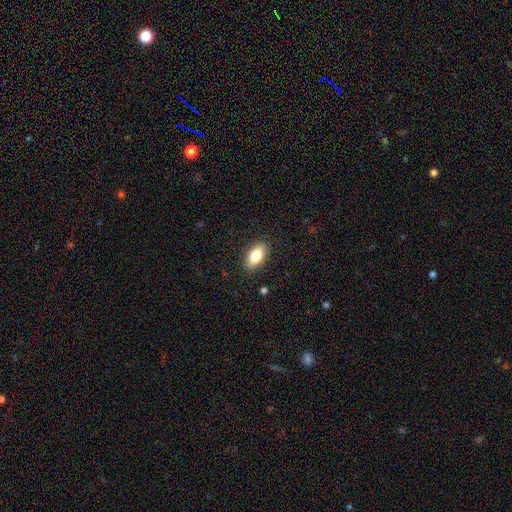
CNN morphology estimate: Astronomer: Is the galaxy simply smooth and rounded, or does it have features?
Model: smooth — 79%.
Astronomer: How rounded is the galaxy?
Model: in between — 87%.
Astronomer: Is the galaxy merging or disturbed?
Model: none — 88%.